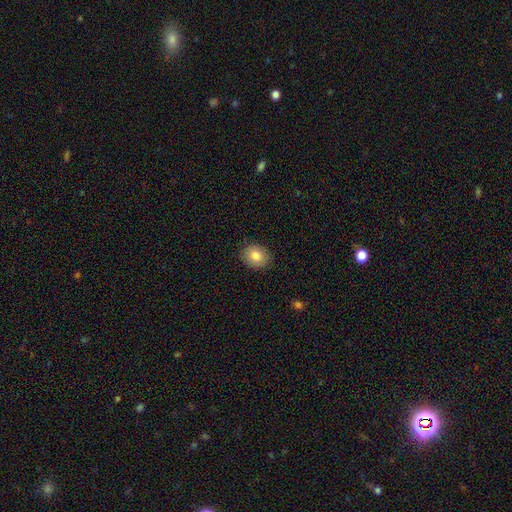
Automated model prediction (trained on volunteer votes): Smooth or featured: smooth — 82% (star or artifact — 9%)
How rounded: round — 58% (in between — 41%)
Merging: none — 88% (minor disturbance — 9%)